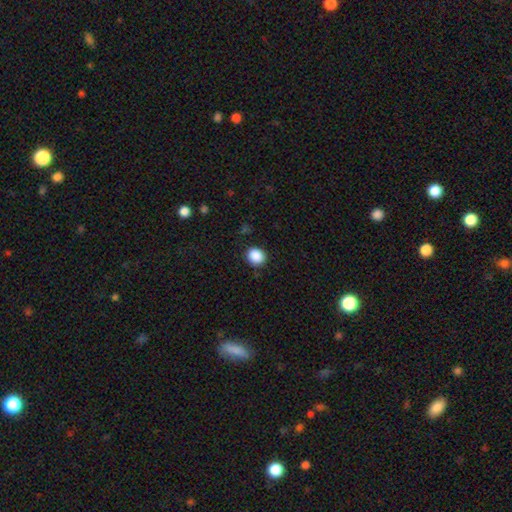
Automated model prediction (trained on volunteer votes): The model was most divided on "how rounded": round: 78%, in between: 21%, cigar-shaped: 1%. More confident: smooth or featured — smooth (88%); merging — none (87%).